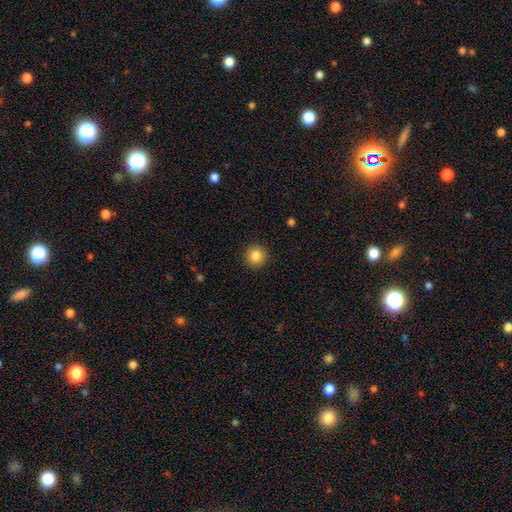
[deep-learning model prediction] Morphology: type=smooth (84%); roundness=round (95%); merging=none (92%).